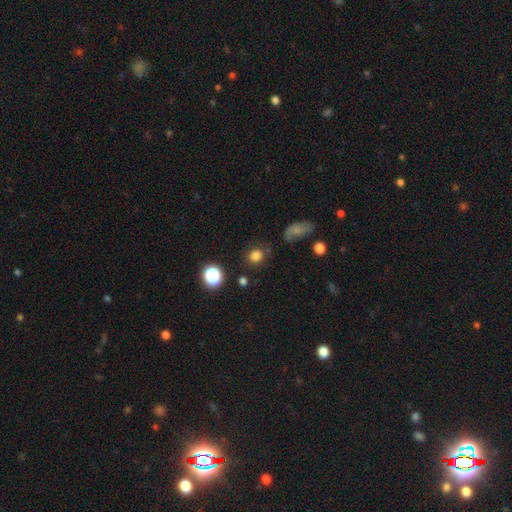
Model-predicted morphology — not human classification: Overall: smooth (79%). How rounded: round (77%). Merging: none (78%).